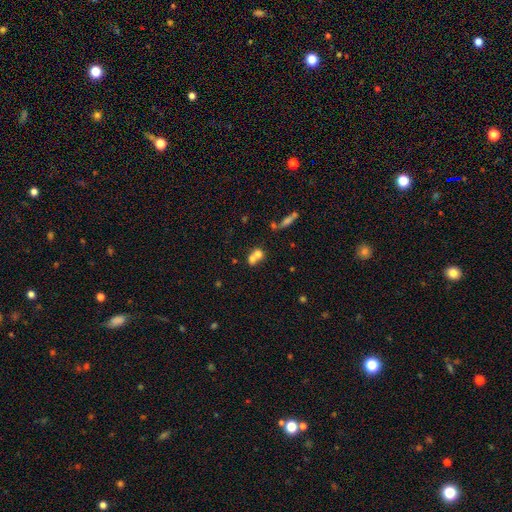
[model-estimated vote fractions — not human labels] Q: Smooth or featured?
A: smooth (67%); runner-up: featured or disk (20%)
Q: How rounded?
A: round (66%); runner-up: in between (32%)
Q: Merging?
A: merger (66%); runner-up: none (25%)